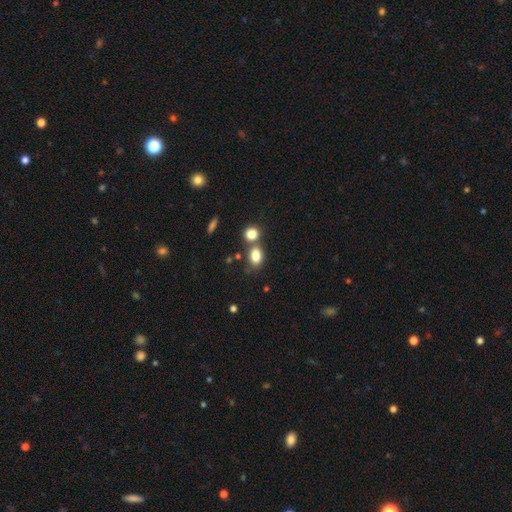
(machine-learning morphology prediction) Overall: smooth (82%). How rounded: in between (75%). Merging: none (50%; merger 34%).